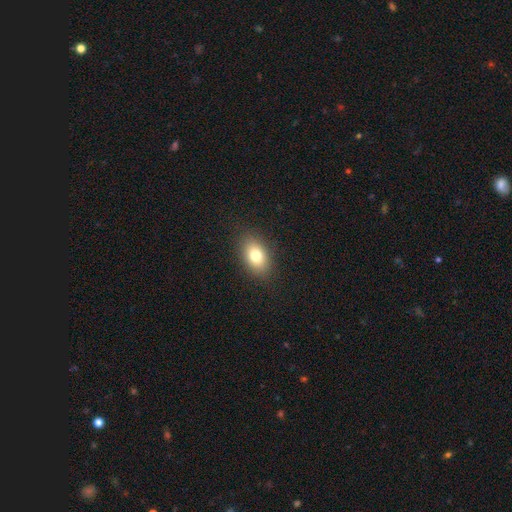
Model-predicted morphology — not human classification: smooth-or-featured: smooth: 78% | featured or disk: 12% | star or artifact: 10%
  how-rounded: in between: 84% | round: 14% | cigar-shaped: 2%
  merging: none: 88% | minor disturbance: 9% | major disturbance: 3% | merger: 1%